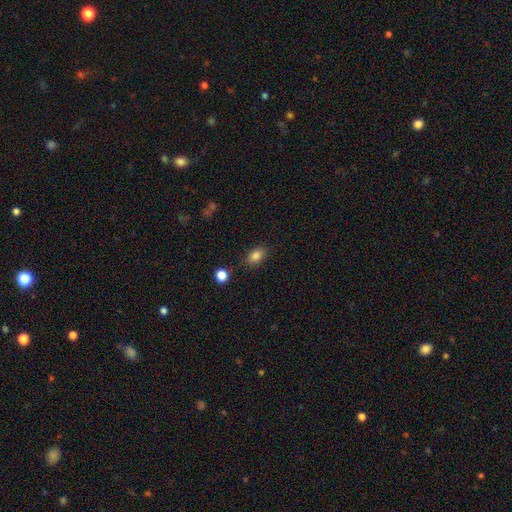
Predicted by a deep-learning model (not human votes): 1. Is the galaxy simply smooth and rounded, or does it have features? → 84% smooth, 10% star or artifact, 6% featured or disk.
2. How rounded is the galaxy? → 82% in between, 16% round, 2% cigar-shaped.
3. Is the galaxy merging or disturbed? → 83% none, 11% minor disturbance, 3% major disturbance, 2% merger.